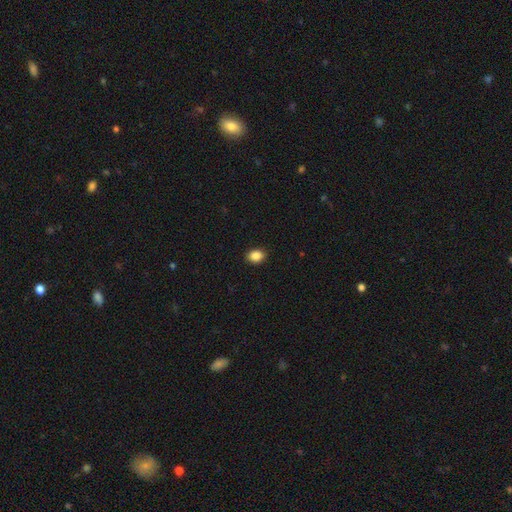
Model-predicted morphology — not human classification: A smooth galaxy with no disk features (88%) that is in between round and cigar-shaped (56%). Merging: none (90%).